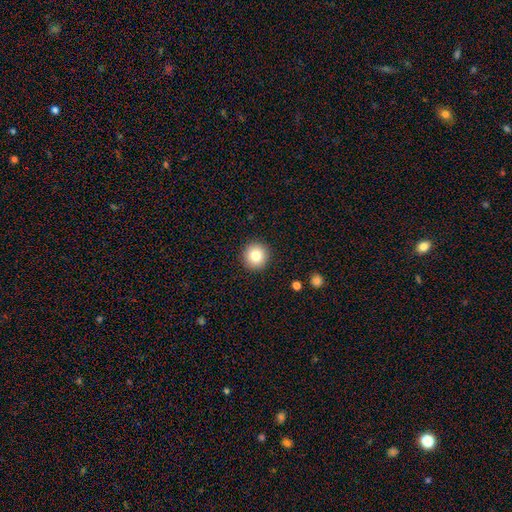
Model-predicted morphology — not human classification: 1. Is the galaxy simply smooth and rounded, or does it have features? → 82% smooth, 10% star or artifact, 8% featured or disk.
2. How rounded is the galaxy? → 95% round, 4% in between, 1% cigar-shaped.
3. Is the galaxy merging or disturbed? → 92% none, 5% minor disturbance, 2% major disturbance, 1% merger.